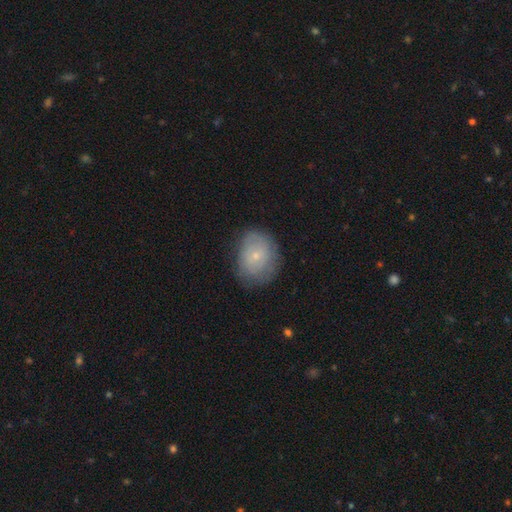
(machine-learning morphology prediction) smooth 62%, featured or disk 29%, star or artifact 9%. Down the decision tree: how rounded — in between (50%); merging — none (72%).